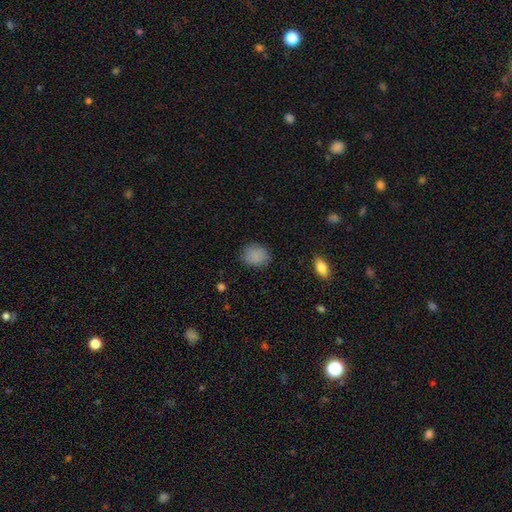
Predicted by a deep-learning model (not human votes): A smooth galaxy with no disk features (87%) that is round (55%). Merging: none (84%).